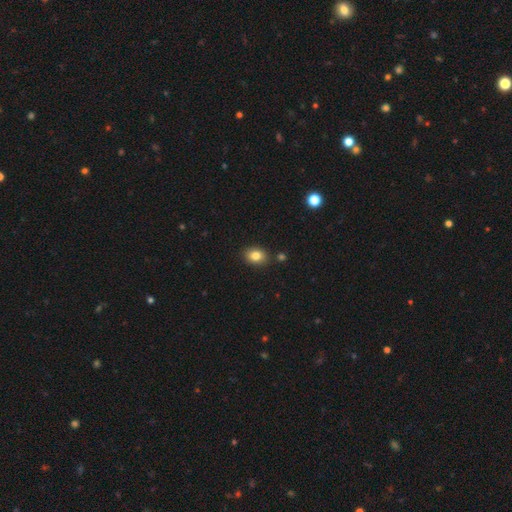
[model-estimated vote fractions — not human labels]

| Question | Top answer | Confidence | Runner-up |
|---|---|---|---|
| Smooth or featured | smooth | 83% | star or artifact (10%) |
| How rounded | in between | 66% | round (33%) |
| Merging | none | 85% | minor disturbance (9%) |